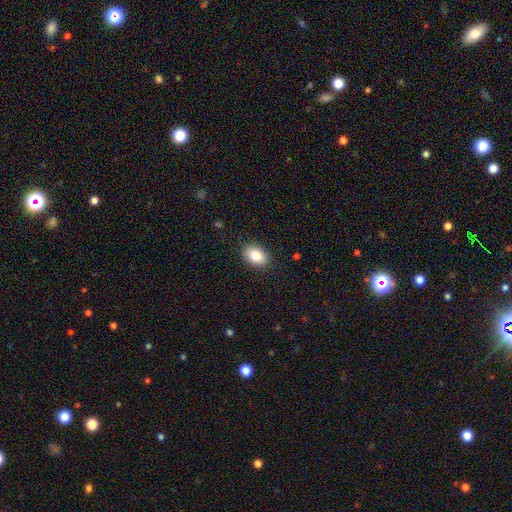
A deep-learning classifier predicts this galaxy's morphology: A smooth galaxy with no disk features (84%) that is in between round and cigar-shaped (86%). Merging: none (88%).